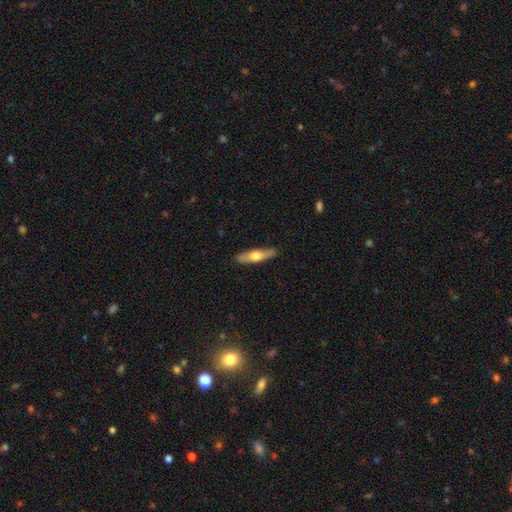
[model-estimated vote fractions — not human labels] smooth_or_featured: smooth (p=0.54) [alt: featured or disk p=0.41]
how_rounded: cigar-shaped (p=0.72) [alt: in between p=0.26]
merging: none (p=0.89) [alt: minor disturbance p=0.09]